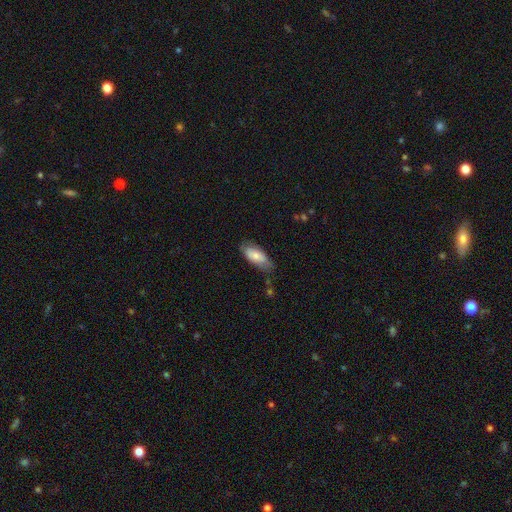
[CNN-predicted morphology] Smooth or featured? smooth (69%)
How rounded? in between (86%)
Merging? none (64%)